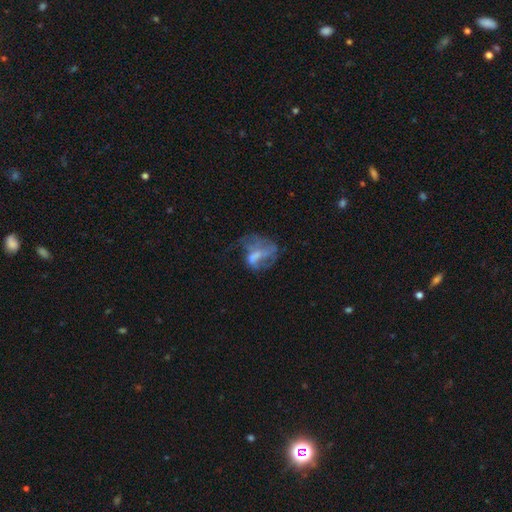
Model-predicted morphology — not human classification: Smooth or featured?
  - featured or disk: 52% *
  - smooth: 36%
  - star or artifact: 12%
Edge-on disk?
  - no: 97% *
  - yes: 3%
Bar?
  - no: 58% *
  - weak: 30%
  - strong: 11%
Spiral arms?
  - no: 62% *
  - yes: 38%
Bulge size?
  - none: 44% *
  - moderate: 25%
  - small: 20%
  - large: 10%
  - dominant: 2%
Merging?
  - major disturbance: 47% *
  - none: 28%
  - minor disturbance: 19%
  - merger: 5%